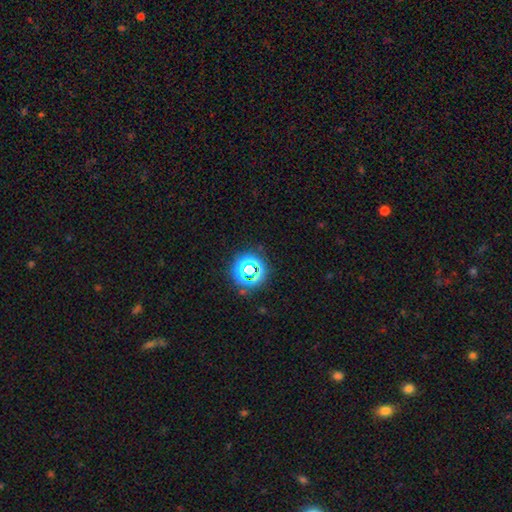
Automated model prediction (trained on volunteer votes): star or artifact 52%, smooth 40%, featured or disk 8%.